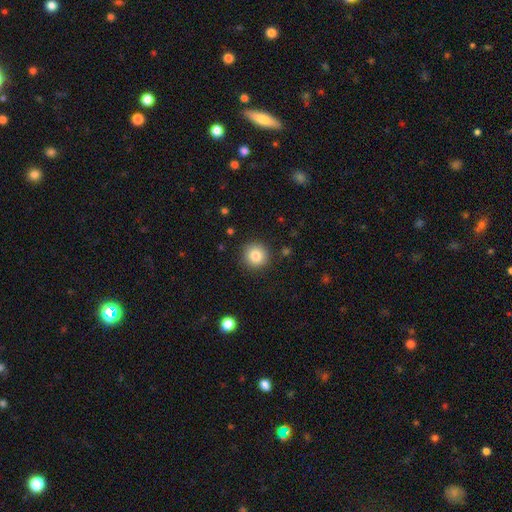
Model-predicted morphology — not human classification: A smooth galaxy with no disk features (84%) that is round (94%).

Vote fractions:
- Smooth or featured? smooth: 84% / star or artifact: 9% / featured or disk: 6%
- How rounded? round: 94% / in between: 5% / cigar-shaped: 1%
- Merging? none: 90% / minor disturbance: 7% / major disturbance: 2% / merger: 1%